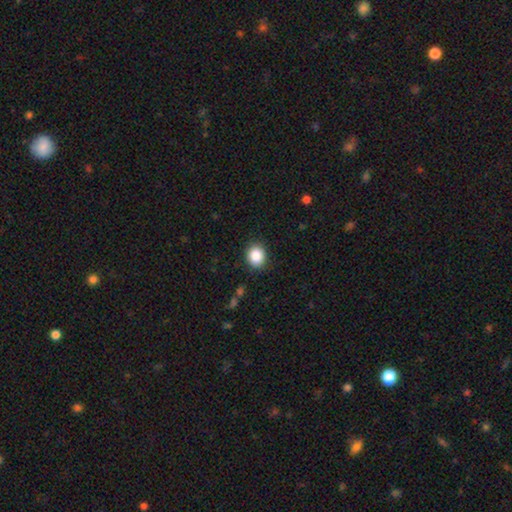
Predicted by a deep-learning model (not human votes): A smooth galaxy with no disk features (87%) that is round (63%).

Vote fractions:
- Smooth or featured? smooth: 87% / star or artifact: 9% / featured or disk: 4%
- How rounded? round: 63% / in between: 36% / cigar-shaped: 1%
- Merging? none: 89% / minor disturbance: 8% / major disturbance: 2% / merger: 1%